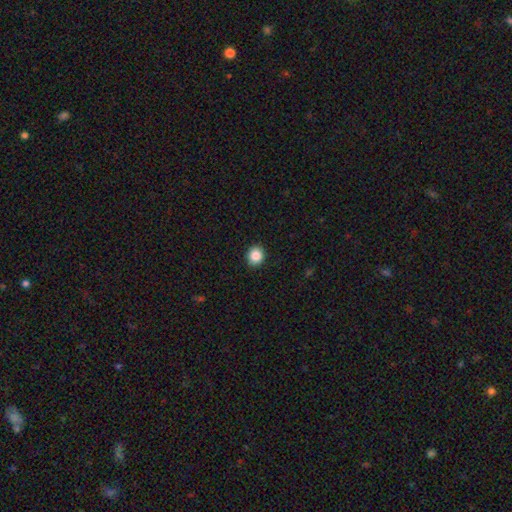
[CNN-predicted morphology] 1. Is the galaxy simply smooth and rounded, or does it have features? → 87% smooth, 9% star or artifact, 4% featured or disk.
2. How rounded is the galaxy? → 80% round, 19% in between, 1% cigar-shaped.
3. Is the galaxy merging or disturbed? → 91% none, 6% minor disturbance, 2% major disturbance, 1% merger.